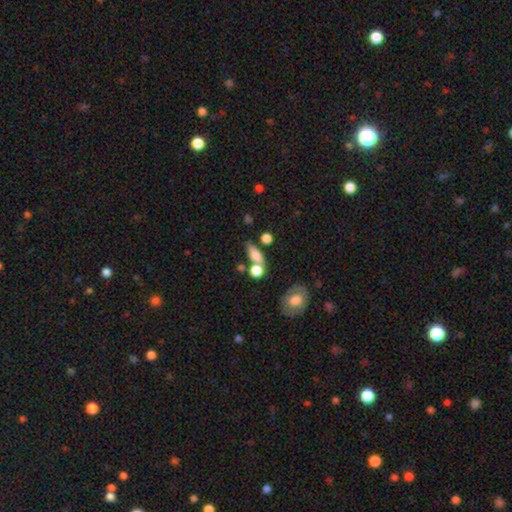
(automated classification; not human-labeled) Smooth or featured? Predicted: smooth (p=0.73). How rounded? Predicted: in between (p=0.63). Merging? Predicted: none (p=0.48).